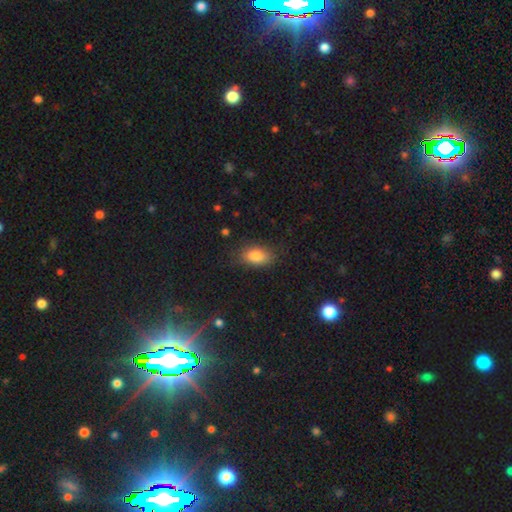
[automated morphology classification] Smooth or featured?
  - smooth: 83% *
  - star or artifact: 9%
  - featured or disk: 8%
How rounded?
  - in between: 88% *
  - round: 9%
  - cigar-shaped: 3%
Merging?
  - none: 80% *
  - minor disturbance: 15%
  - major disturbance: 4%
  - merger: 1%